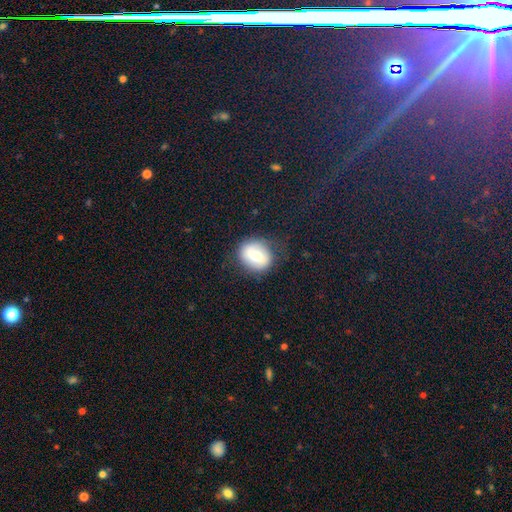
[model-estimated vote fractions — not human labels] Overall: smooth (62%; featured or disk 30%). How rounded: round (70%). Merging: none (78%).